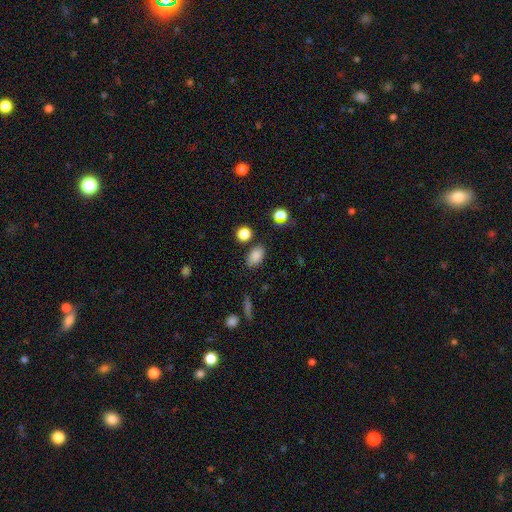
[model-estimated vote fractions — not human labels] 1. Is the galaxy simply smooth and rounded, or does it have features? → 84% smooth, 11% star or artifact, 5% featured or disk.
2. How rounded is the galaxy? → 88% in between, 11% round, 2% cigar-shaped.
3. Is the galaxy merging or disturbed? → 80% none, 12% minor disturbance, 4% merger, 4% major disturbance.